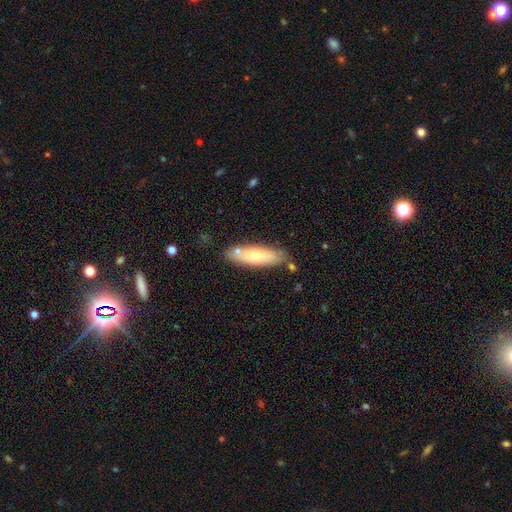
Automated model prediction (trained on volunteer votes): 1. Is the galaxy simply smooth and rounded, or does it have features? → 68% smooth, 26% featured or disk, 6% star or artifact.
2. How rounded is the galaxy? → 54% cigar-shaped, 44% in between, 2% round.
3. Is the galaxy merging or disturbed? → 76% none, 15% minor disturbance, 7% merger, 3% major disturbance.